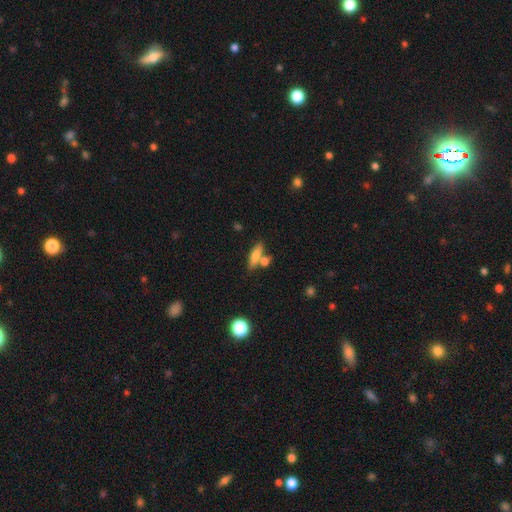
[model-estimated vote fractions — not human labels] The model was most divided on "how rounded": cigar-shaped: 57%, in between: 39%, round: 4%. More confident: smooth or featured — smooth (71%); merging — none (62%).